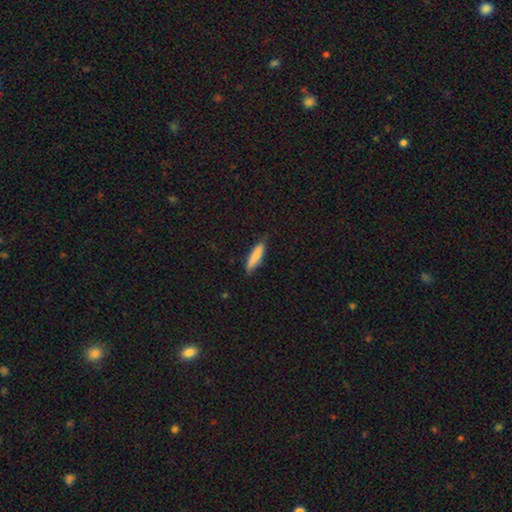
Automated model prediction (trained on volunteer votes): The model was most divided on "how rounded": cigar-shaped: 76%, in between: 23%, round: 1%. More confident: smooth or featured — smooth (83%); merging — none (81%).